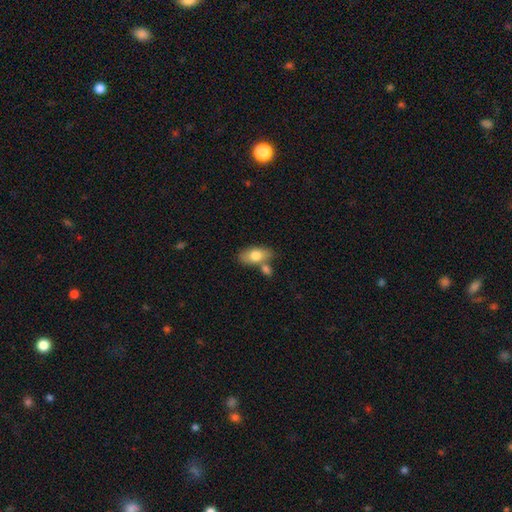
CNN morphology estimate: type=smooth (76%); roundness=in between (89%); merging=none (55%).